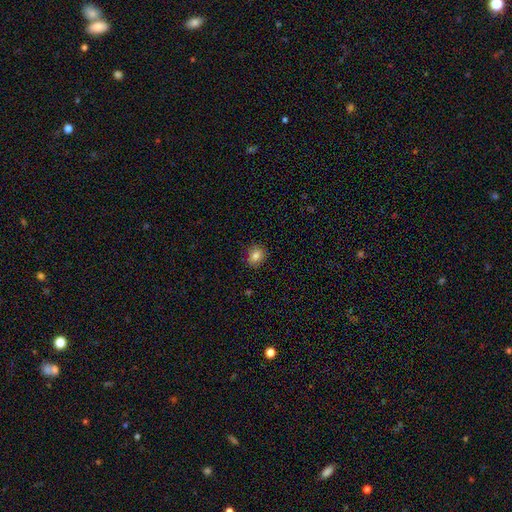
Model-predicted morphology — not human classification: Smooth or featured?
  - smooth: 82% *
  - star or artifact: 11%
  - featured or disk: 8%
How rounded?
  - round: 72% *
  - in between: 27%
  - cigar-shaped: 1%
Merging?
  - none: 89% *
  - minor disturbance: 8%
  - major disturbance: 2%
  - merger: 1%